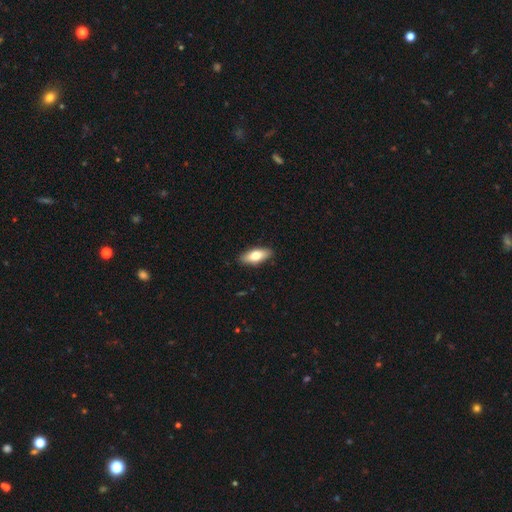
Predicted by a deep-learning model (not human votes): Smooth or featured?
  - smooth: 71% *
  - featured or disk: 23%
  - star or artifact: 6%
How rounded?
  - in between: 77% *
  - cigar-shaped: 21%
  - round: 3%
Merging?
  - none: 89% *
  - minor disturbance: 8%
  - major disturbance: 2%
  - merger: 1%